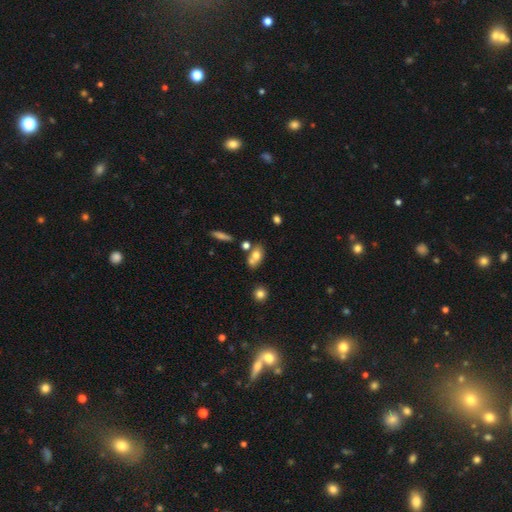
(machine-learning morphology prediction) Q: Smooth or featured?
A: smooth (68%); runner-up: featured or disk (22%)
Q: How rounded?
A: in between (78%); runner-up: round (16%)
Q: Merging?
A: none (48%); runner-up: merger (33%)